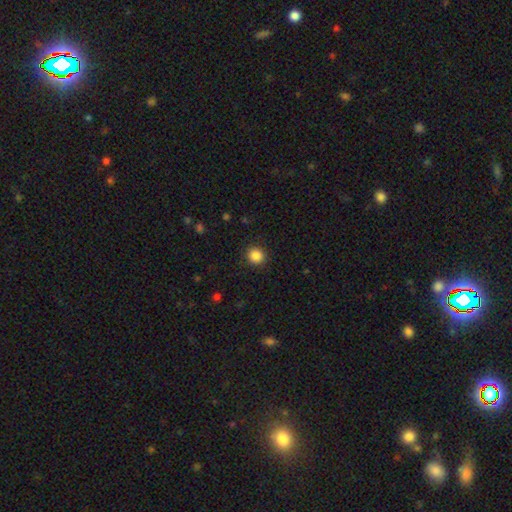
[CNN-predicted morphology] smooth_or_featured: smooth (p=0.86) [alt: star or artifact p=0.10]
how_rounded: round (p=0.90) [alt: in between p=0.09]
merging: none (p=0.91) [alt: minor disturbance p=0.06]